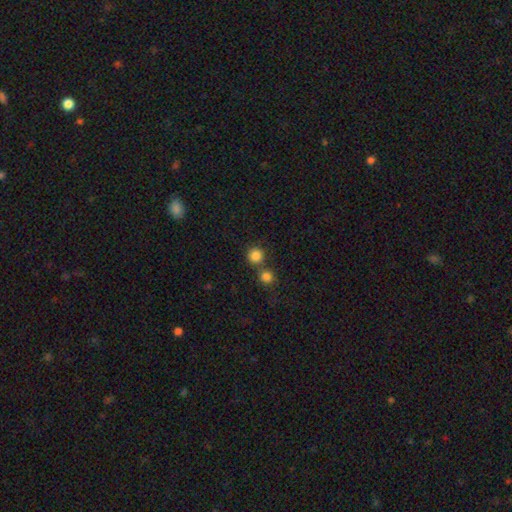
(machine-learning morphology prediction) Smooth or featured? Predicted: smooth (p=0.84). How rounded? Predicted: round (p=0.93). Merging? Predicted: none (p=0.67).